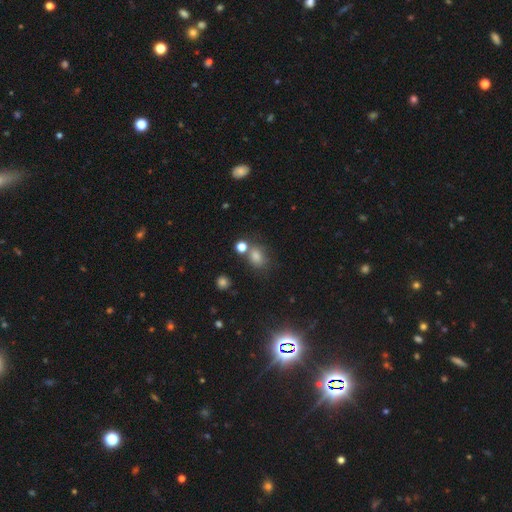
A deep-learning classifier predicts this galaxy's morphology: smooth_or_featured: smooth (p=0.61) [alt: star or artifact p=0.29]
how_rounded: in between (p=0.52) [alt: round p=0.47]
merging: none (p=0.65) [alt: merger p=0.15]